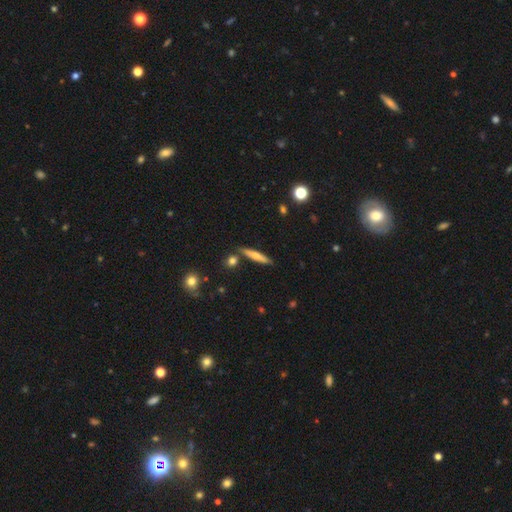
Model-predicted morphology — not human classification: Overall: smooth (60%; featured or disk 32%). How rounded: cigar-shaped (89%). Merging: none (81%).